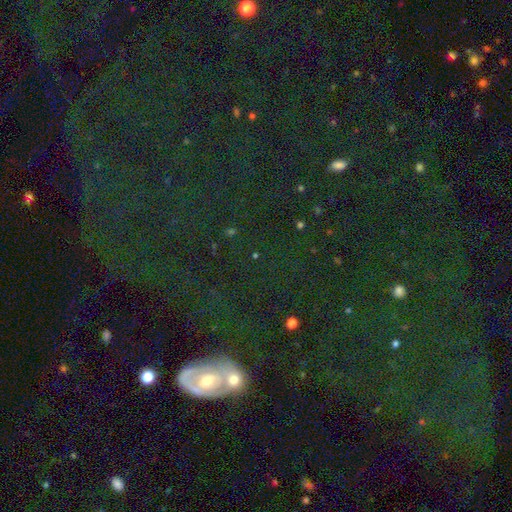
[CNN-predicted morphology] This is likely a star or artifact rather than a galaxy (65%).